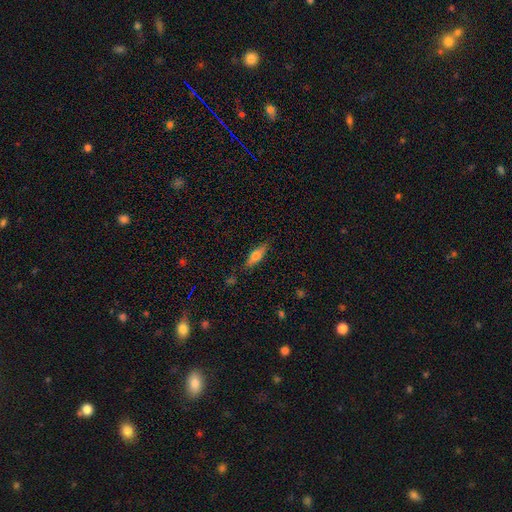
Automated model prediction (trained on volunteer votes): Q: Smooth or featured?
A: smooth (68%); runner-up: featured or disk (25%)
Q: How rounded?
A: in between (52%); runner-up: cigar-shaped (45%)
Q: Merging?
A: none (83%); runner-up: minor disturbance (13%)